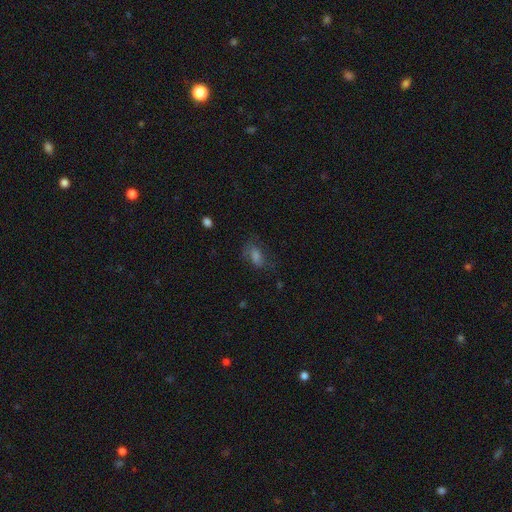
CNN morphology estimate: type=smooth (46%); merging=none (58%).